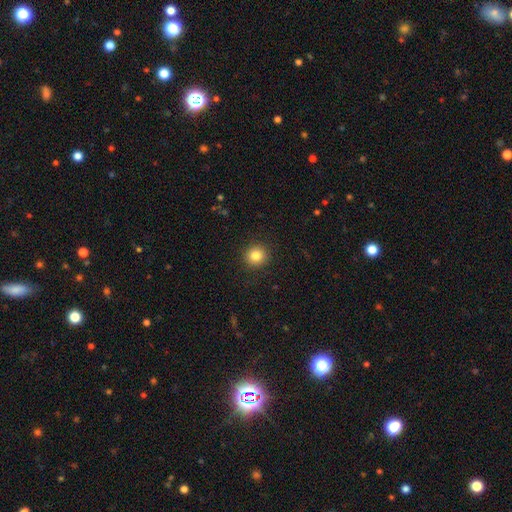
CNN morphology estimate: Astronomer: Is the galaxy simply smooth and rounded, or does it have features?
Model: smooth — 84%.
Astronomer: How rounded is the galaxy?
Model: round — 91%.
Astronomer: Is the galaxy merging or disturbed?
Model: none — 91%.